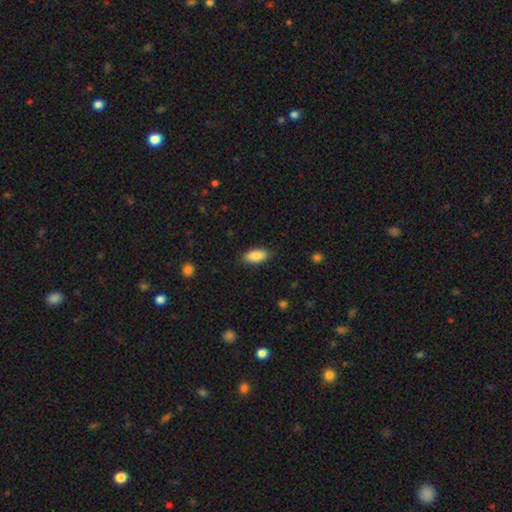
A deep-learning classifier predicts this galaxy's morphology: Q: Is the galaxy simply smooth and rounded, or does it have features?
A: smooth — 86%.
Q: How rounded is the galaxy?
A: in between — 91%.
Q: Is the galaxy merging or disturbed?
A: none — 85%.